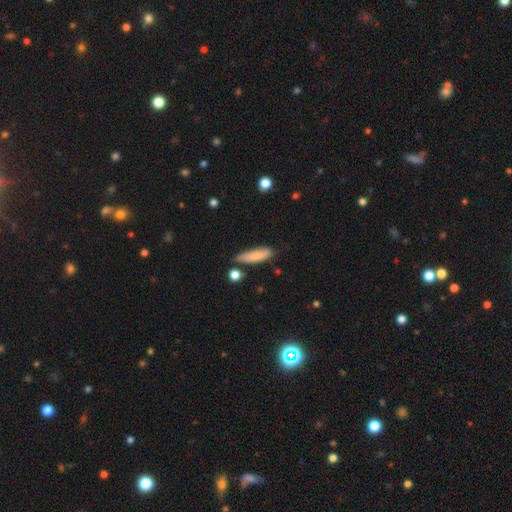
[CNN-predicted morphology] type=smooth (81%); roundness=cigar-shaped (61%); merging=none (69%).